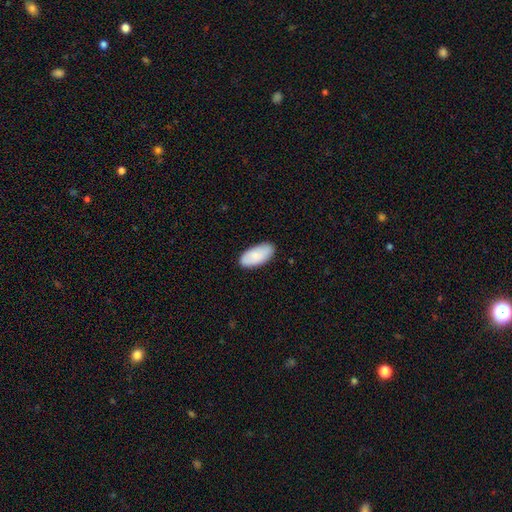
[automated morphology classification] Smooth or featured? Predicted: smooth (p=0.86). How rounded? Predicted: in between (p=0.94). Merging? Predicted: none (p=0.85).